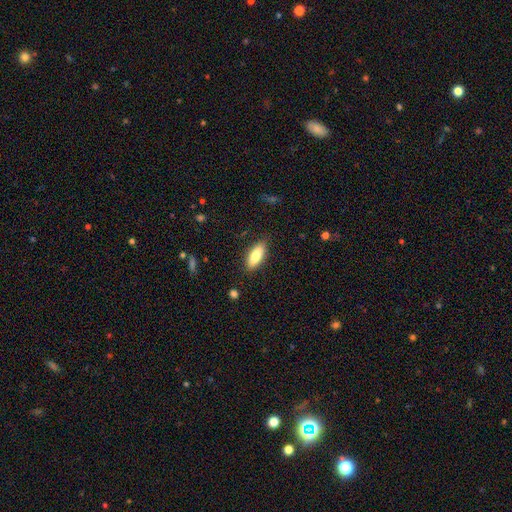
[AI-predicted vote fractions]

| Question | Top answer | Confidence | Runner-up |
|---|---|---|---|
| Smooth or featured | smooth | 80% | featured or disk (14%) |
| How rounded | in between | 71% | cigar-shaped (27%) |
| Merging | none | 85% | minor disturbance (11%) |